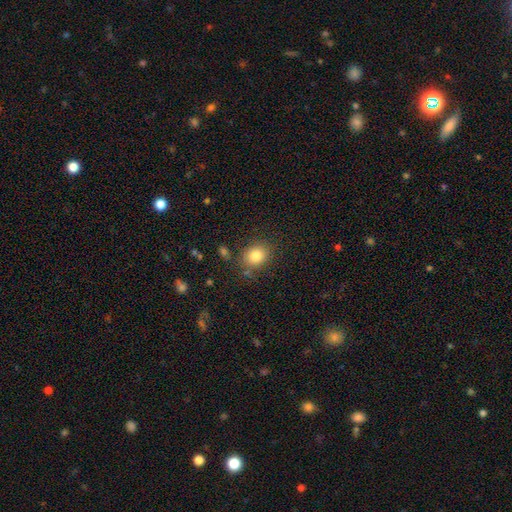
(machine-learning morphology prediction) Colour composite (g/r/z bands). It shows a smooth galaxy with no disk features (84%) that is round (54%). Merging: none (79%).